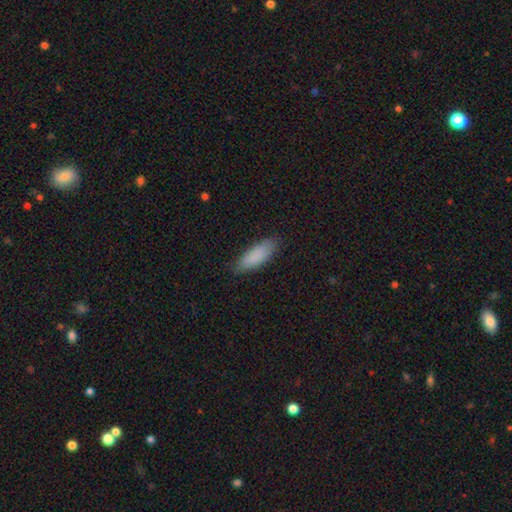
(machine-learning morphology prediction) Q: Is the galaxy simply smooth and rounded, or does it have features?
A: smooth — 88%.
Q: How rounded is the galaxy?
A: in between — 62%.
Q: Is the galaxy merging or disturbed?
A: none — 83%.